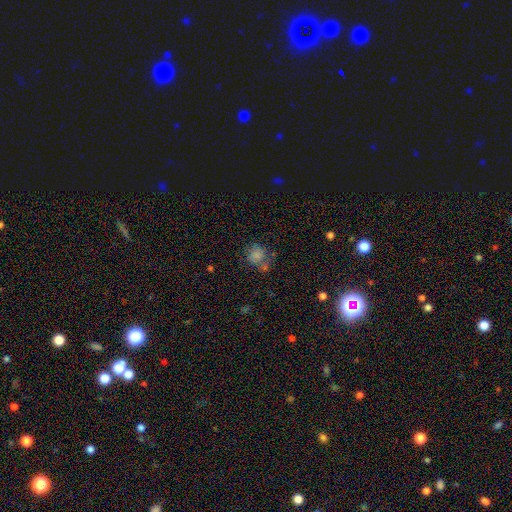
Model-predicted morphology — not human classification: smooth_or_featured: smooth (p=0.54) [alt: star or artifact p=0.29]
how_rounded: round (p=0.79) [alt: in between p=0.19]
merging: none (p=0.57) [alt: minor disturbance p=0.18]